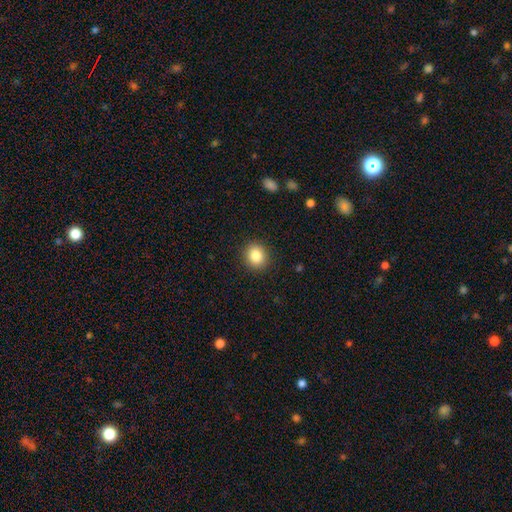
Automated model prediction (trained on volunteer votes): Overall: smooth (84%). How rounded: round (79%). Merging: none (90%).